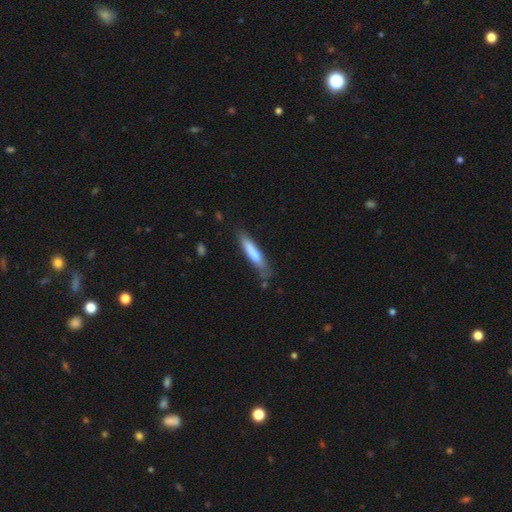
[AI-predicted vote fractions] Smooth or featured?
  - smooth: 70% *
  - featured or disk: 25%
  - star or artifact: 6%
How rounded?
  - cigar-shaped: 84% *
  - in between: 15%
  - round: 1%
Merging?
  - none: 68% *
  - minor disturbance: 22%
  - major disturbance: 5%
  - merger: 4%